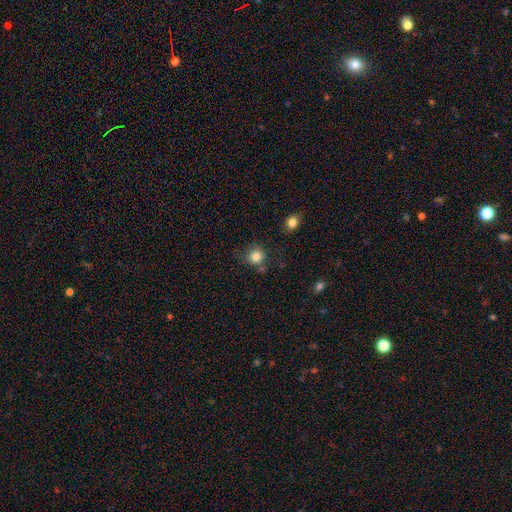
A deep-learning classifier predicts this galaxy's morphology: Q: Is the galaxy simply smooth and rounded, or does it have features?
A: smooth — 84%.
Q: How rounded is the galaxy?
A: round — 89%.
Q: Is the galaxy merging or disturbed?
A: none — 71%.